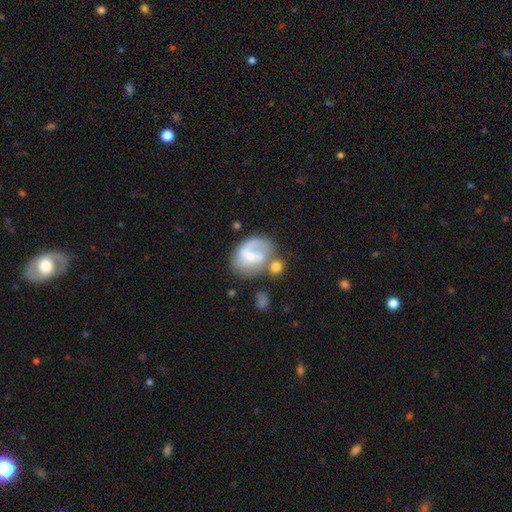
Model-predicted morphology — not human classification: A featured or disk galaxy (68%) with a weak bar (44%), 2 (47%) medium (43%) spiral arms (83%) and a small central bulge (56%). Merging: none (41%).